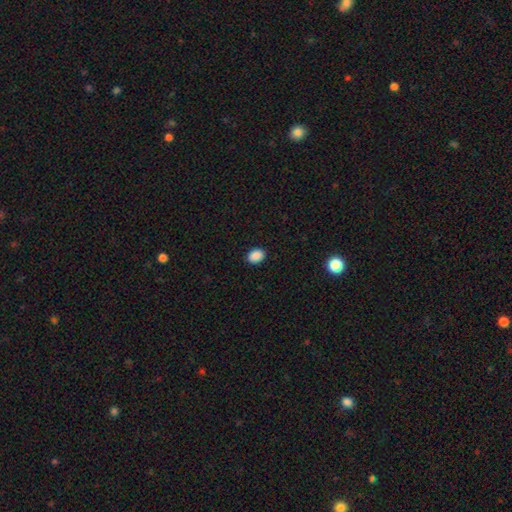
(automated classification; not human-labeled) smooth_or_featured: smooth (p=0.89) [alt: star or artifact p=0.08]
how_rounded: in between (p=0.69) [alt: round p=0.30]
merging: none (p=0.90) [alt: minor disturbance p=0.07]